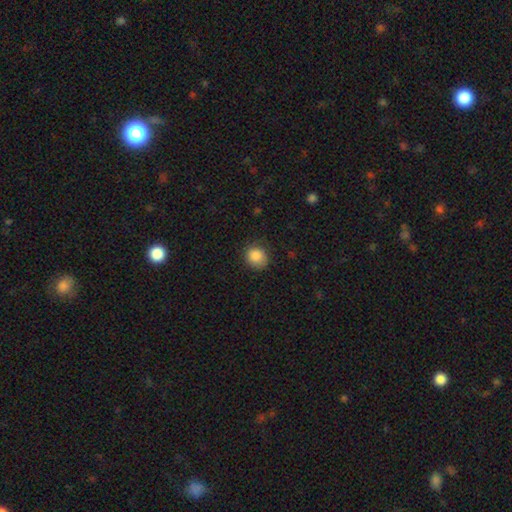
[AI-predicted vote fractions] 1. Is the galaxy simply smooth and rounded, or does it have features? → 87% smooth, 9% star or artifact, 4% featured or disk.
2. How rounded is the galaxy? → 83% round, 16% in between, 1% cigar-shaped.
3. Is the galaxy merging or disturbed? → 79% none, 16% minor disturbance, 4% major disturbance, 1% merger.